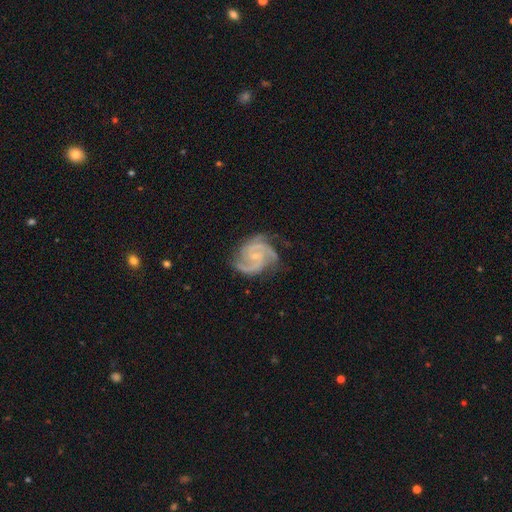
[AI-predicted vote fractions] Smooth or featured?
  - featured or disk: 92% *
  - star or artifact: 4%
  - smooth: 4%
Edge-on disk?
  - no: 98% *
  - yes: 2%
Bar?
  - no: 59% *
  - weak: 33%
  - strong: 8%
Spiral arms?
  - yes: 99% *
  - no: 1%
Spiral winding?
  - medium: 49% *
  - tight: 44%
  - loose: 7%
Spiral arm count?
  - 3: 48% *
  - 2: 33%
  - 4: 6%
  - can't tell: 5%
  - 1: 4%
  - more than 4: 4%
Bulge size?
  - small: 75% *
  - moderate: 18%
  - none: 6%
  - large: 1%
  - dominant: 1%
Merging?
  - none: 74% *
  - minor disturbance: 19%
  - major disturbance: 6%
  - merger: 1%